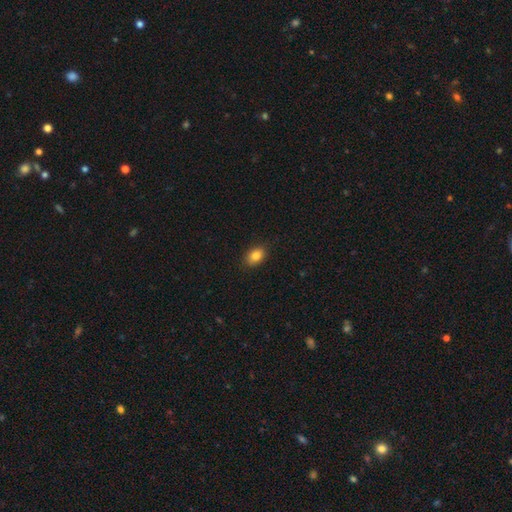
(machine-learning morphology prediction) type=smooth (84%); roundness=in between (81%); merging=none (87%).